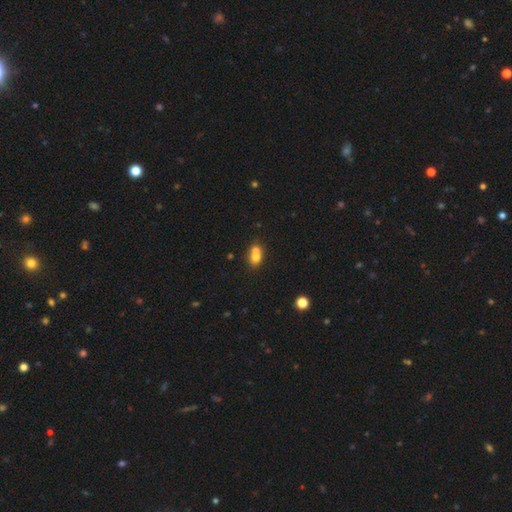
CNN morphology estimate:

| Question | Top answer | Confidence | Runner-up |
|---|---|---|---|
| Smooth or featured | smooth | 71% | featured or disk (18%) |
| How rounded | round | 54% | in between (45%) |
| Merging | merger | 61% | none (29%) |